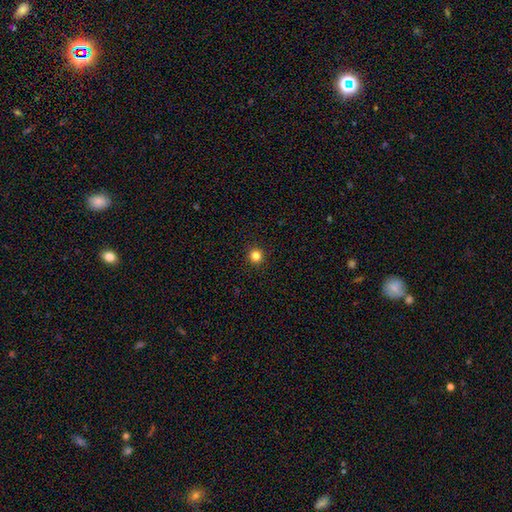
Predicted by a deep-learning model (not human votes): This is clearly a smooth galaxy (82%). How rounded: clearly round (95%). Merging: clearly none (93%).